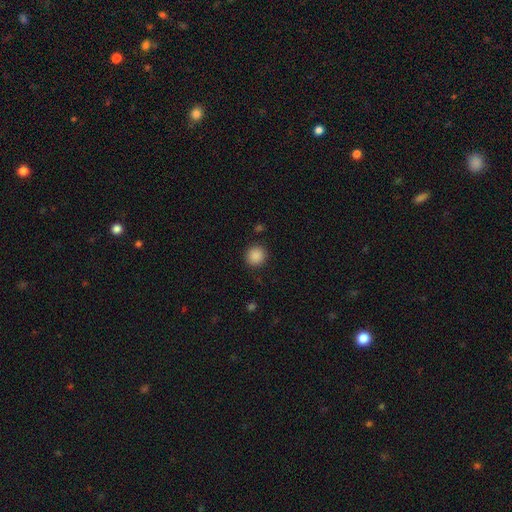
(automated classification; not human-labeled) Smooth or featured?
  - smooth: 88% *
  - star or artifact: 9%
  - featured or disk: 3%
How rounded?
  - round: 91% *
  - in between: 8%
  - cigar-shaped: 1%
Merging?
  - none: 89% *
  - minor disturbance: 7%
  - major disturbance: 2%
  - merger: 1%